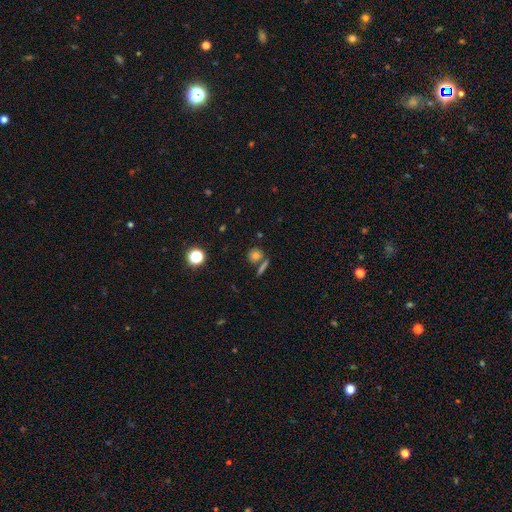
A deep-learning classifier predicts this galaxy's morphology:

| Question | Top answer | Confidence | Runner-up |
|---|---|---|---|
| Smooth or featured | smooth | 75% | star or artifact (14%) |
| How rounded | round | 84% | in between (13%) |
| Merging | none | 68% | merger (19%) |